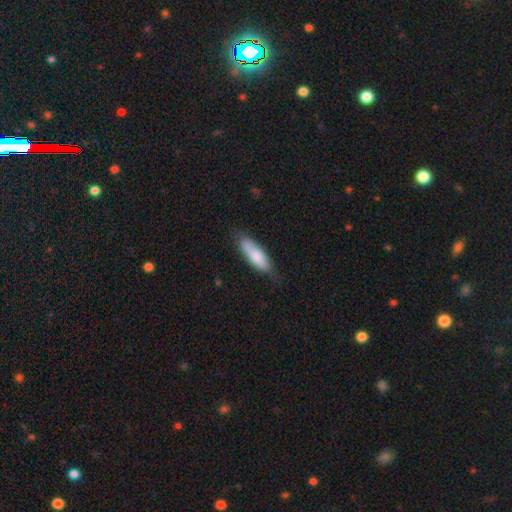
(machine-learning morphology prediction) A smooth galaxy with no disk features (80%) that is in between round and cigar-shaped (51%). Merging: none (70%).